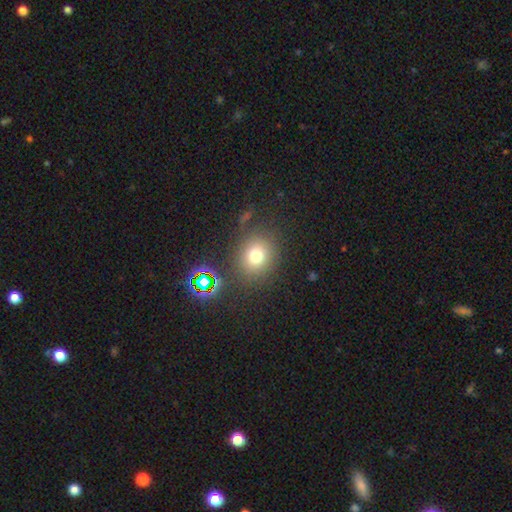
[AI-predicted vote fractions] Overall: smooth (72%). How rounded: round (78%). Merging: none (79%).